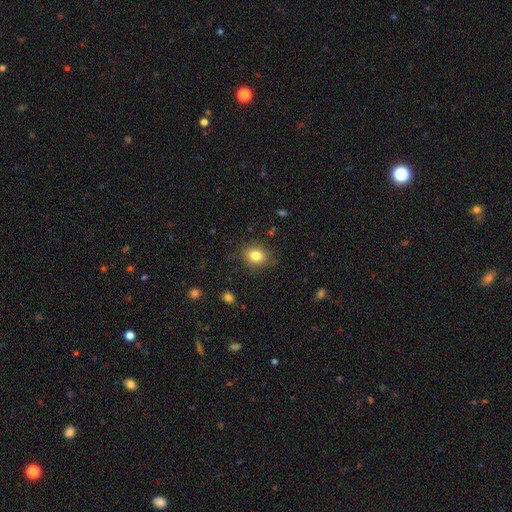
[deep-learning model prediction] Smooth or featured? smooth (82%)
How rounded? in between (52%)
Merging? none (82%)